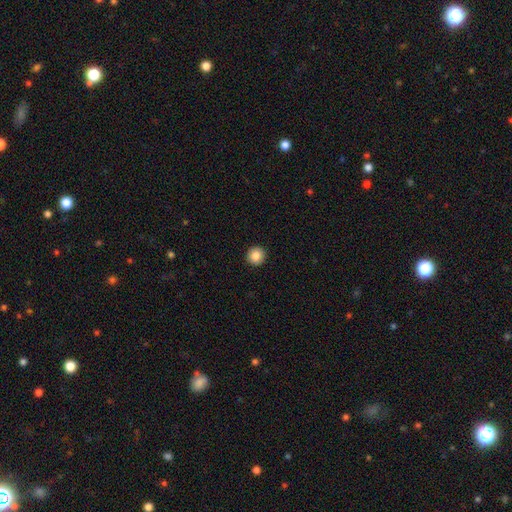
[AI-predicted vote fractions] A smooth galaxy with no disk features (86%) that is round (95%). Merging: none (94%).